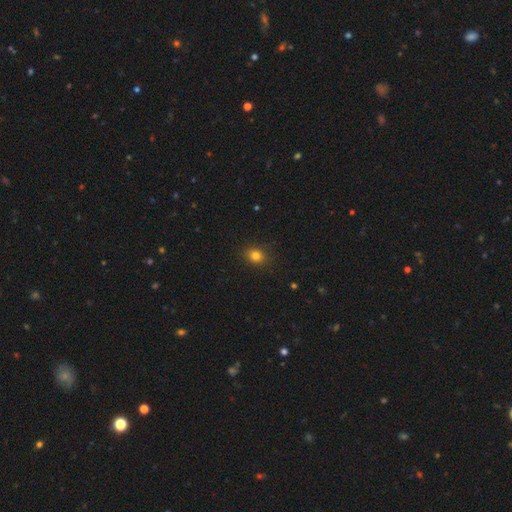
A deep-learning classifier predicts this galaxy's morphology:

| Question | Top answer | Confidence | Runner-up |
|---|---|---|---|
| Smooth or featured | smooth | 80% | star or artifact (13%) |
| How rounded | round | 62% | in between (37%) |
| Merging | none | 86% | minor disturbance (10%) |